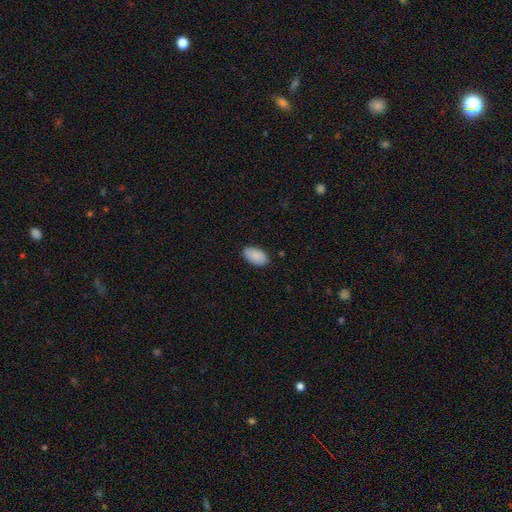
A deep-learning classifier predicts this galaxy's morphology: Q: Smooth or featured?
A: smooth (88%); runner-up: star or artifact (6%)
Q: How rounded?
A: in between (95%); runner-up: round (3%)
Q: Merging?
A: none (85%); runner-up: minor disturbance (12%)